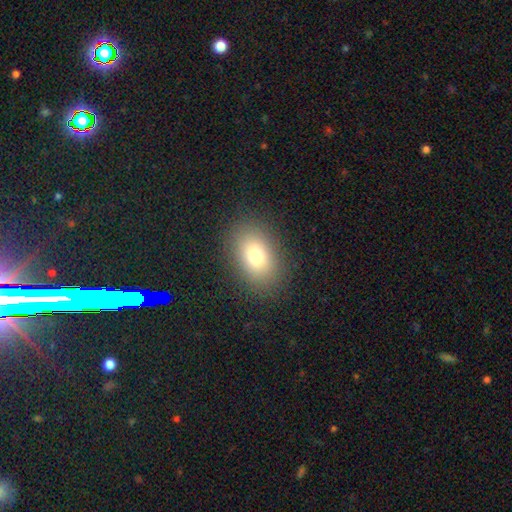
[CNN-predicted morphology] smooth_or_featured: smooth (p=0.77) [alt: star or artifact p=0.12]
how_rounded: in between (p=0.77) [alt: round p=0.22]
merging: none (p=0.87) [alt: minor disturbance p=0.08]